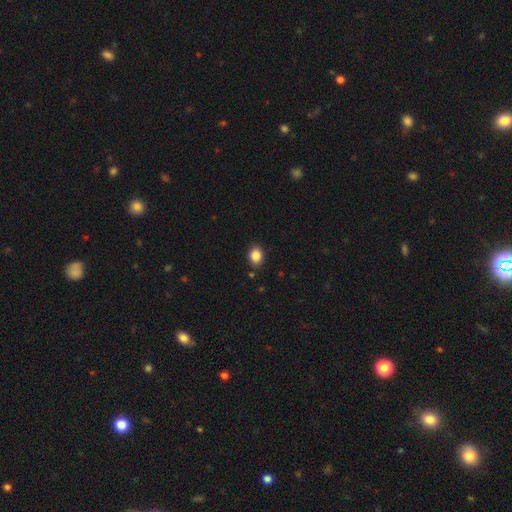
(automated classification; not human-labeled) smooth 87%, star or artifact 9%, featured or disk 4%. Down the decision tree: how rounded — round (50%); merging — none (87%).